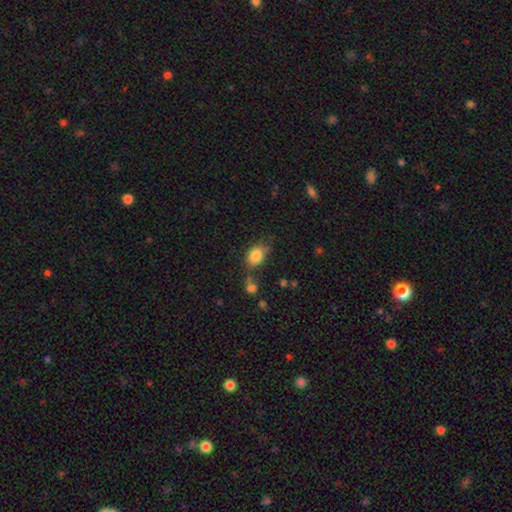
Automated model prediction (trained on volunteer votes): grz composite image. It shows a smooth galaxy with no disk features (83%) that is in between round and cigar-shaped (75%). Merging: none (61%).